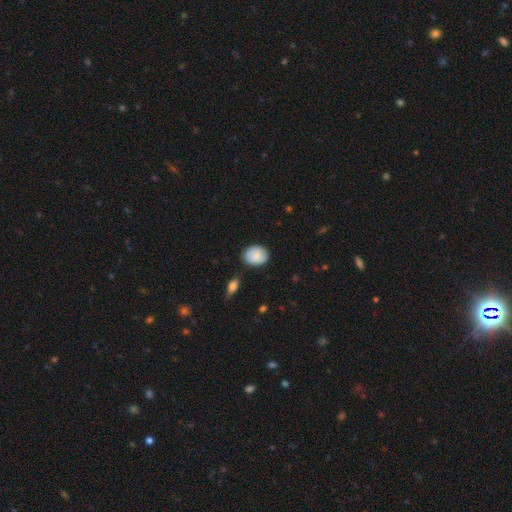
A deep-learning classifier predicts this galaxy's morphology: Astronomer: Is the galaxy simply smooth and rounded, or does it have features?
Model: smooth — 80%.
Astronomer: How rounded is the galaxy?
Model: round — 51% (runner-up: in between, 48%).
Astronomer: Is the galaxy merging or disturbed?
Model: none — 81%.